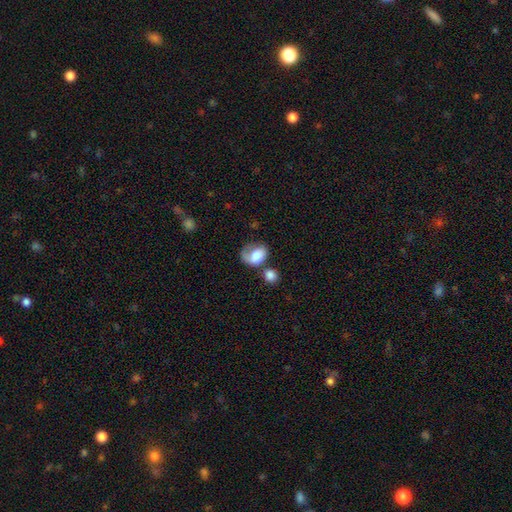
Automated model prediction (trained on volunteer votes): A smooth galaxy with no disk features (63%) that is in between round and cigar-shaped (63%).

Vote fractions:
- Smooth or featured? smooth: 63% / featured or disk: 29% / star or artifact: 8%
- How rounded? in between: 63% / round: 36% / cigar-shaped: 1%
- Merging? none: 30% / major disturbance: 27% / minor disturbance: 23% / merger: 20%